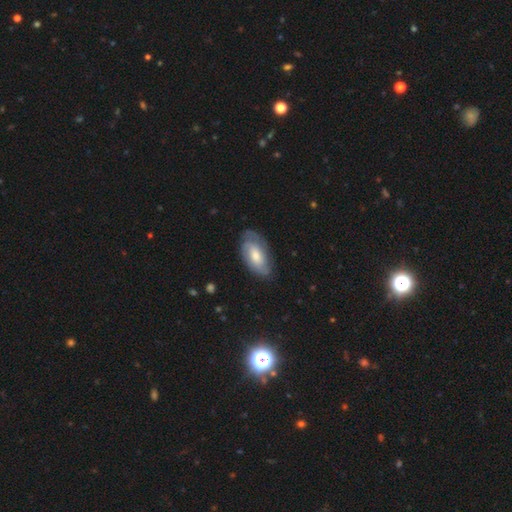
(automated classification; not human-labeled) Smooth or featured? featured or disk (61%)
Edge-on disk? no (93%)
Bar? no (63%)
Spiral arms? yes (86%)
Bulge size? moderate (54%)
Merging? none (71%)